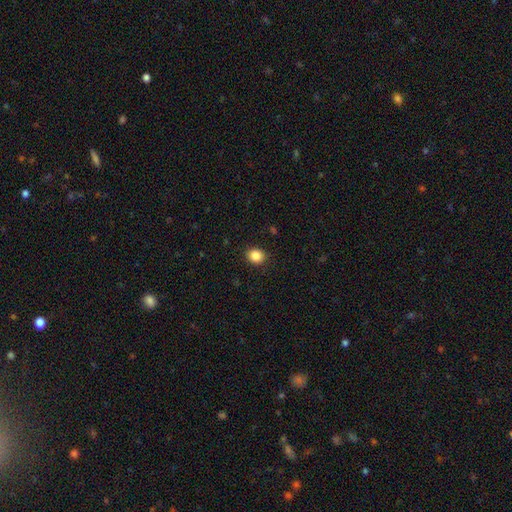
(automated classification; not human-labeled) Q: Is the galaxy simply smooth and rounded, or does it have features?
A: smooth — 86%.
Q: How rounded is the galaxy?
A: round — 75%.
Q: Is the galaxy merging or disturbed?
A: none — 90%.